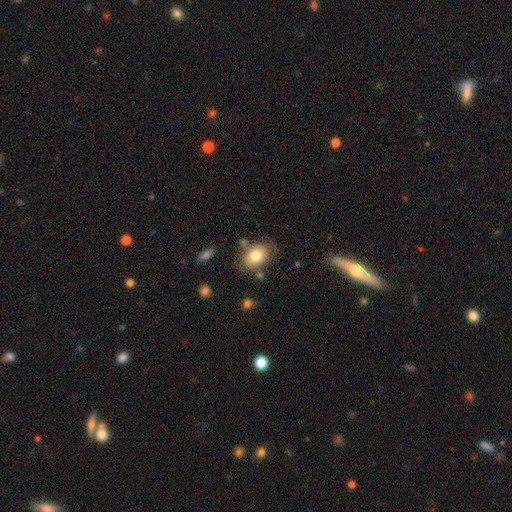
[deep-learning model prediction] Morphology: type=smooth (77%); roundness=in between (72%); merging=none (70%).